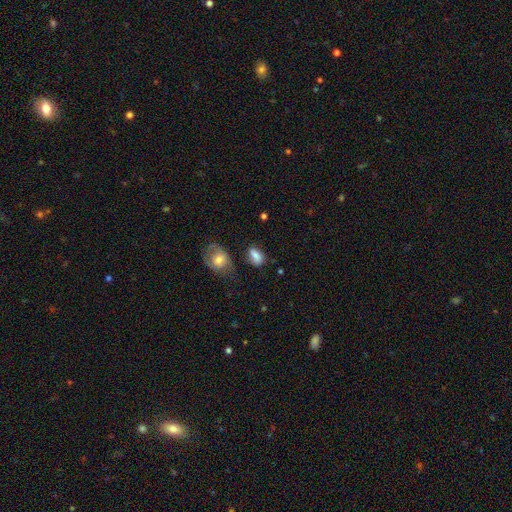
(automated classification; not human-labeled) smooth 78%, featured or disk 13%, star or artifact 9%. Down the decision tree: how rounded — in between (83%); merging — none (57%).